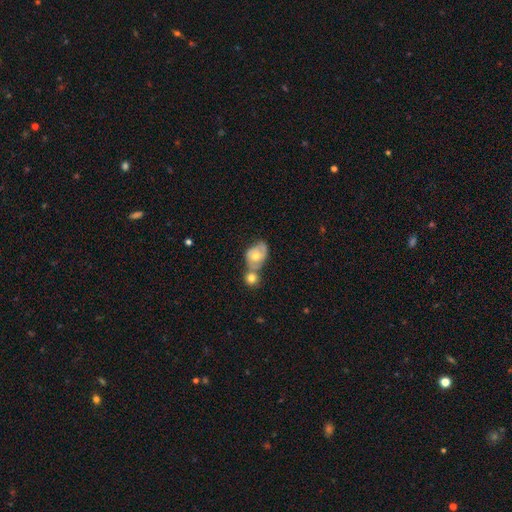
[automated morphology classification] type=featured or disk (52%); edge-on=no (96%); bar=no (76%); spiral arms=yes (70%); bulge=moderate (67%); merging=merger (51%).